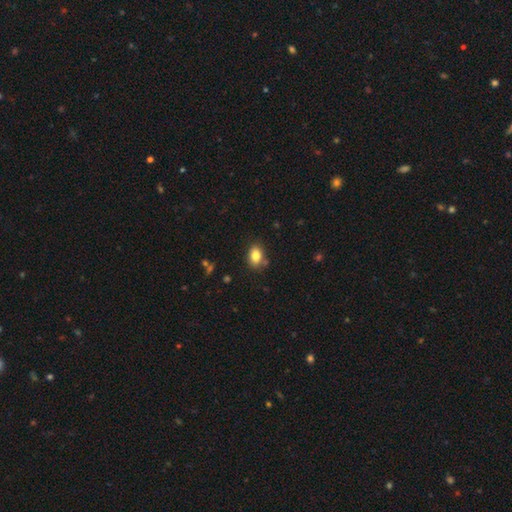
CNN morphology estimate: smooth 83%, star or artifact 9%, featured or disk 8%. Down the decision tree: how rounded — in between (77%); merging — none (79%).